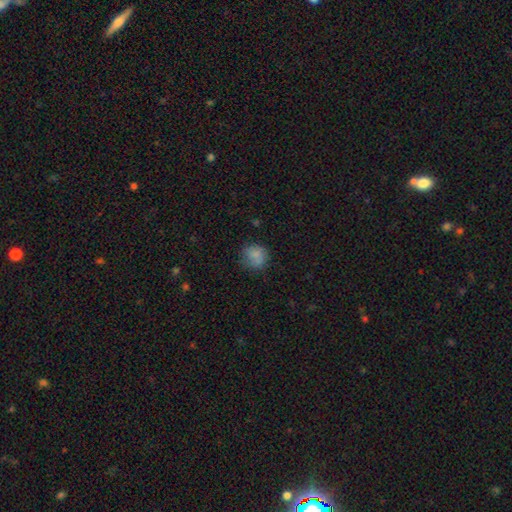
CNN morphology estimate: This is likely a smooth galaxy (80%). How rounded: clearly round (82%). Merging: likely none (67%).